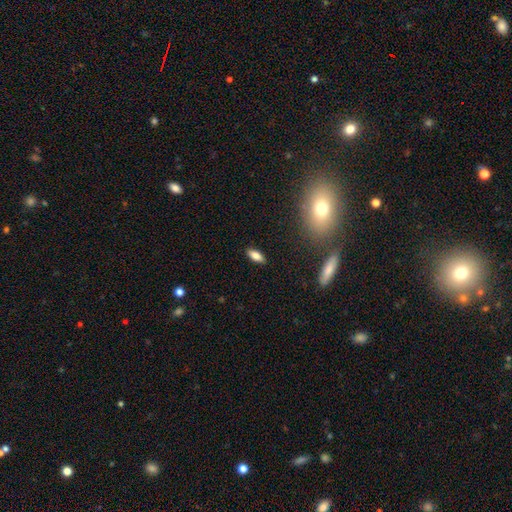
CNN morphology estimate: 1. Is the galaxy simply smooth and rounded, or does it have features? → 74% smooth, 17% featured or disk, 9% star or artifact.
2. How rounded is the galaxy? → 74% in between, 23% cigar-shaped, 3% round.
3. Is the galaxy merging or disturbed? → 87% none, 9% minor disturbance, 2% major disturbance, 1% merger.